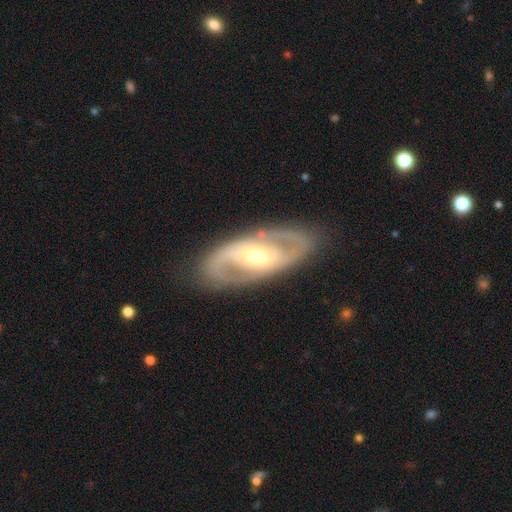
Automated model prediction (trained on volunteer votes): This appears to be a featured or disk galaxy (83%) with a weak bar (39%), 2 (85%) medium (48%) spiral arms (82%) and a moderate central bulge (59%). Merging: none (82%).